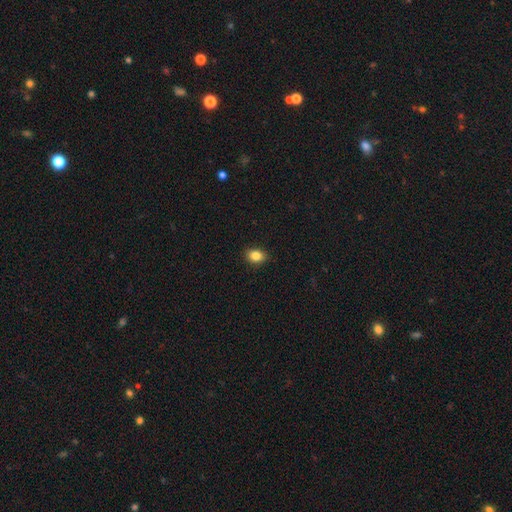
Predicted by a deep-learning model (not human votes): A smooth galaxy with no disk features (86%) that is in between round and cigar-shaped (69%). Merging: none (89%).